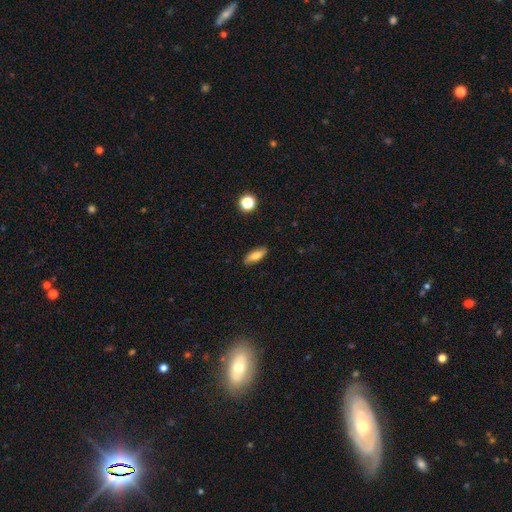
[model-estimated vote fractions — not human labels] A smooth galaxy with no disk features (75%) that is in between round and cigar-shaped (68%).

Vote fractions:
- Smooth or featured? smooth: 75% / featured or disk: 17% / star or artifact: 8%
- How rounded? in between: 68% / cigar-shaped: 29% / round: 3%
- Merging? none: 88% / minor disturbance: 9% / major disturbance: 2% / merger: 1%